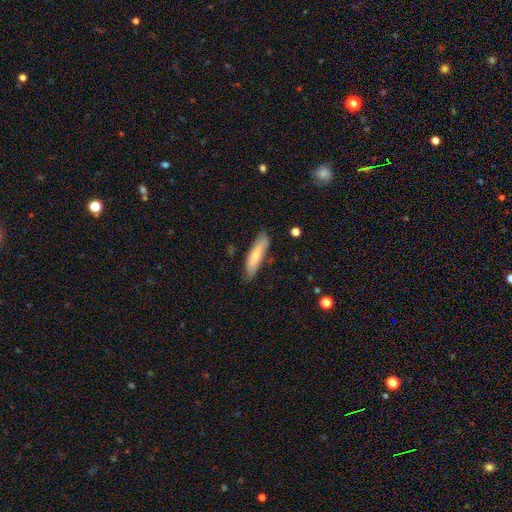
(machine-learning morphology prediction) Smooth or featured? Predicted: smooth (p=0.69). How rounded? Predicted: cigar-shaped (p=0.70). Merging? Predicted: none (p=0.74).